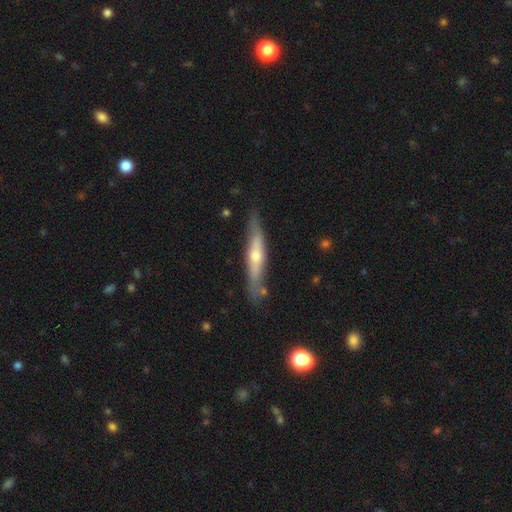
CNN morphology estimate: Smooth or featured? featured or disk (60%)
Edge-on disk? yes (89%)
Edge-on bulge? rounded (83%)
Merging? none (78%)